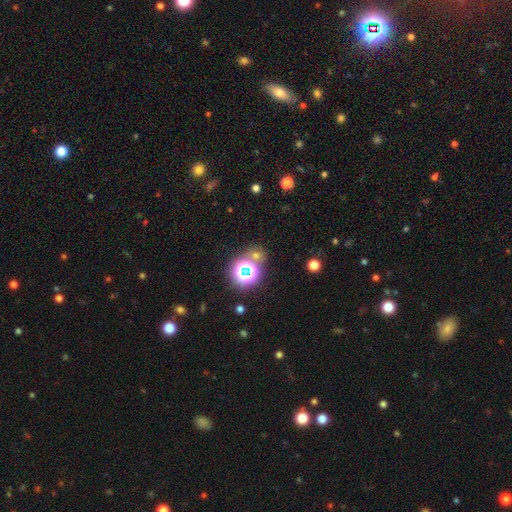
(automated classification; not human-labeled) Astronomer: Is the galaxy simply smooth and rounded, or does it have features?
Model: star or artifact — 46% (runner-up: smooth, 45%).